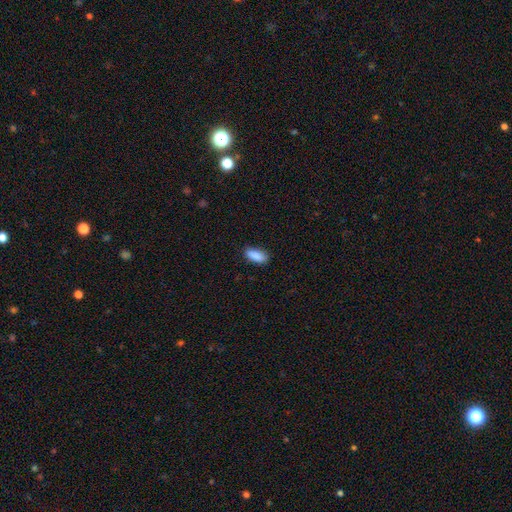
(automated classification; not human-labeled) A smooth galaxy with no disk features (88%) that is in between round and cigar-shaped (79%). Merging: none (82%).